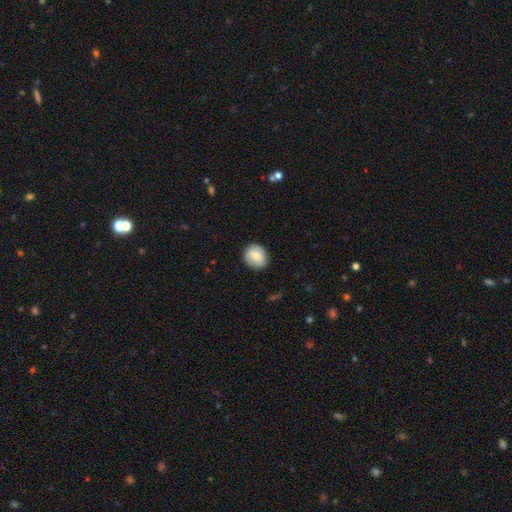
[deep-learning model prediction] This appears to be a smooth galaxy with no disk features (69%) that is round (82%). Merging: none (86%).